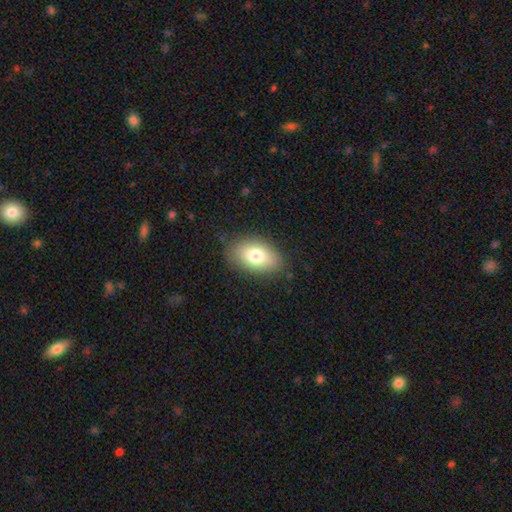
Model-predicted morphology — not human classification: Smooth or featured: smooth — 79% (featured or disk — 13%)
How rounded: in between — 90% (round — 9%)
Merging: none — 84% (minor disturbance — 12%)